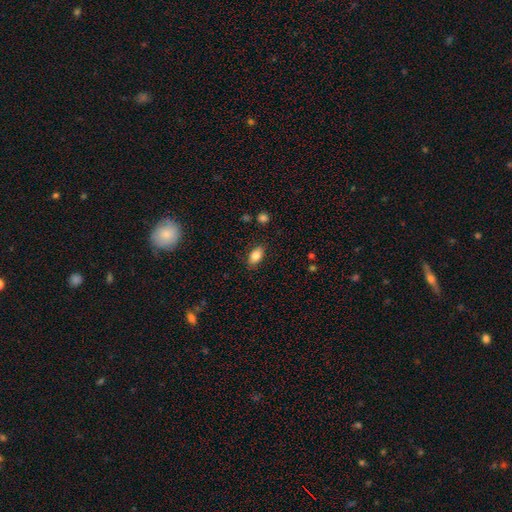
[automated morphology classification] Overall: smooth (84%). How rounded: in between (90%). Merging: none (85%).